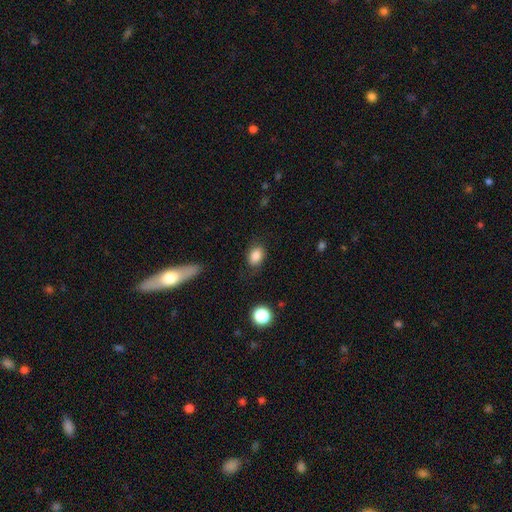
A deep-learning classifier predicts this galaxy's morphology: Smooth or featured?
  - smooth: 85% *
  - star or artifact: 9%
  - featured or disk: 6%
How rounded?
  - in between: 72% *
  - round: 27%
  - cigar-shaped: 1%
Merging?
  - none: 78% *
  - minor disturbance: 15%
  - major disturbance: 5%
  - merger: 2%